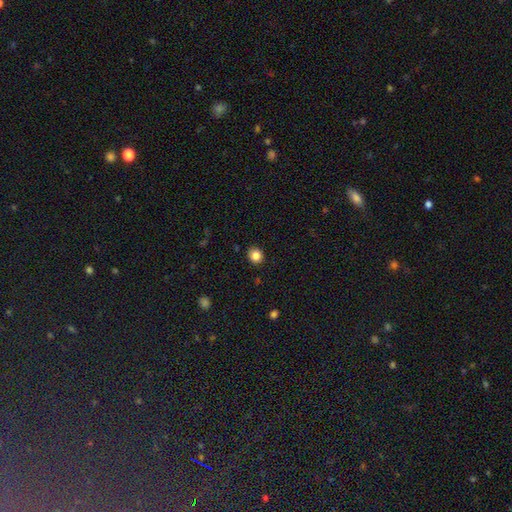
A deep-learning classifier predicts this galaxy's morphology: A smooth galaxy with no disk features (85%) that is round (84%). Merging: none (90%).